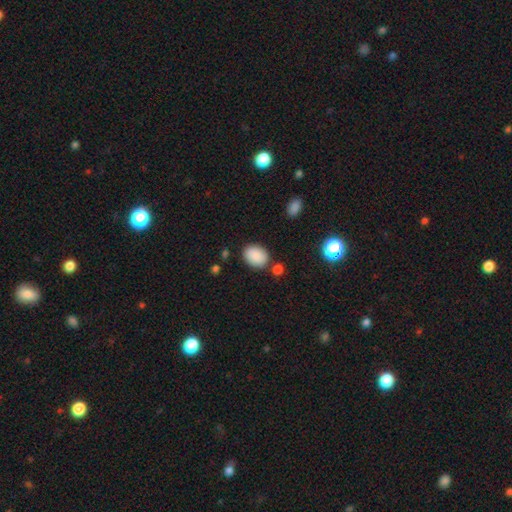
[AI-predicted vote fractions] Smooth or featured?
  - smooth: 88% *
  - star or artifact: 8%
  - featured or disk: 4%
How rounded?
  - in between: 70% *
  - round: 29%
  - cigar-shaped: 1%
Merging?
  - none: 78% *
  - minor disturbance: 13%
  - merger: 6%
  - major disturbance: 3%